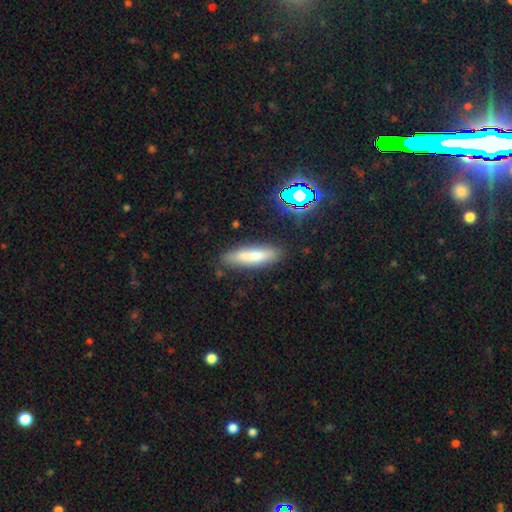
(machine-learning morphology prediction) smooth-or-featured: smooth: 70% | featured or disk: 19% | star or artifact: 11%
  how-rounded: cigar-shaped: 66% | in between: 32% | round: 2%
  merging: none: 81% | minor disturbance: 13% | major disturbance: 3% | merger: 2%